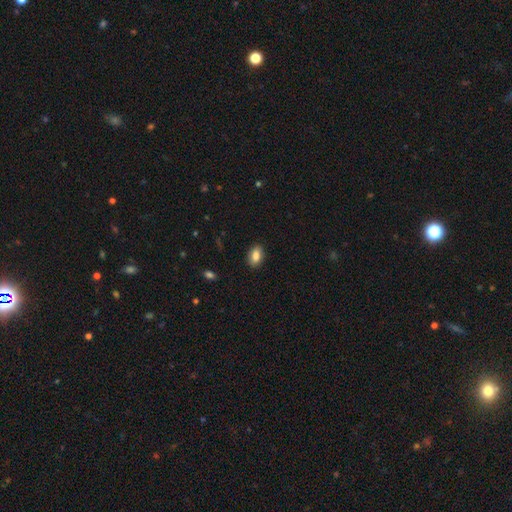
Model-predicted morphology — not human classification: A smooth galaxy with no disk features (86%) that is in between round and cigar-shaped (88%). Merging: none (88%).